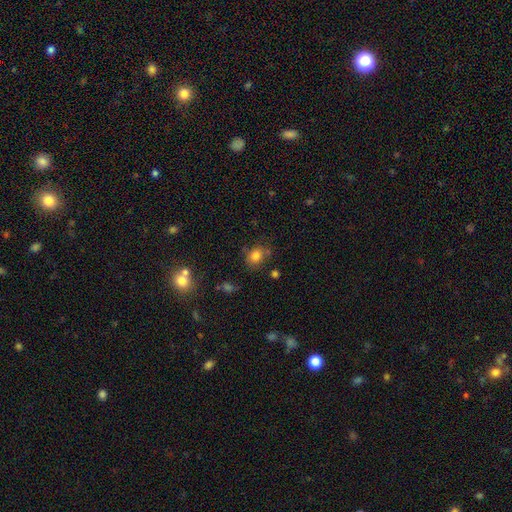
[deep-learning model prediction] Overall: smooth (80%). How rounded: round (69%; in between 30%). Merging: none (71%).